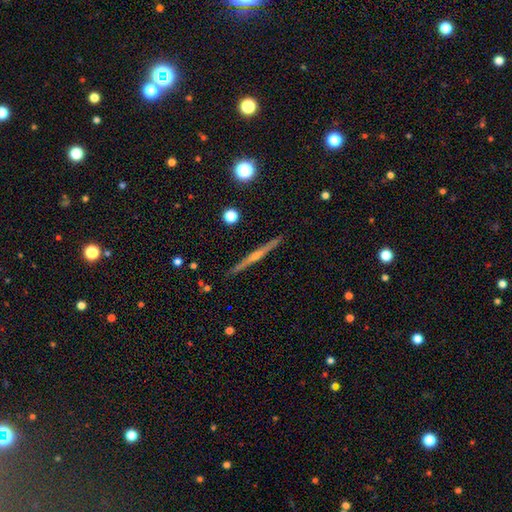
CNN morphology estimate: A featured or disk galaxy (77%) viewed edge-on (98%) with a rounded central bulge (73%). Merging: none (92%).